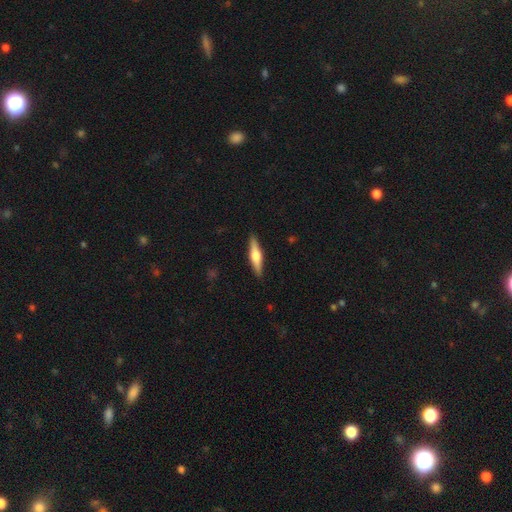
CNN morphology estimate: Smooth or featured? Predicted: featured or disk (p=0.56). Edge-on disk? Predicted: yes (p=0.96). Edge-on bulge? Predicted: rounded (p=0.90). Merging? Predicted: none (p=0.90).